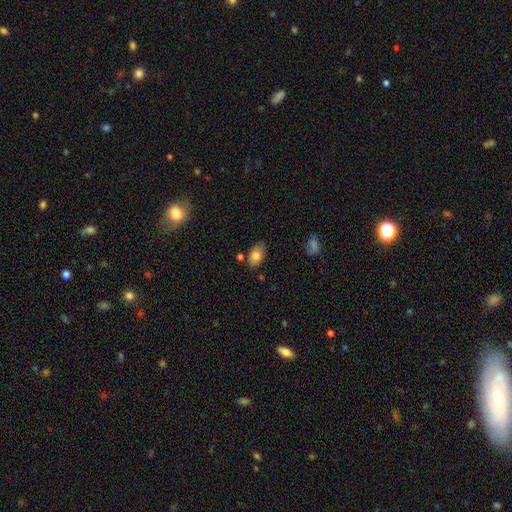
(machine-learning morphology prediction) Smooth or featured? Predicted: smooth (p=0.82). How rounded? Predicted: in between (p=0.88). Merging? Predicted: none (p=0.73).